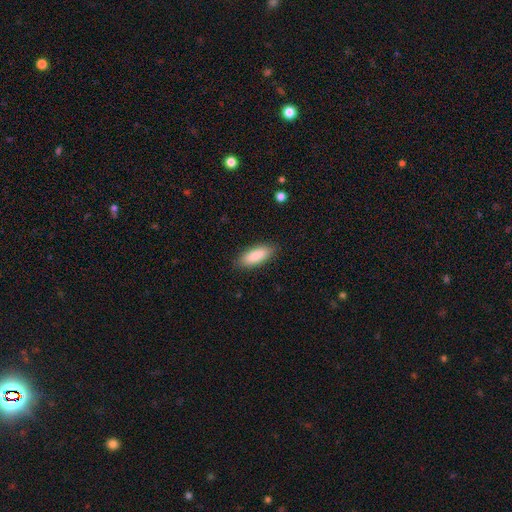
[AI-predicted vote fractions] This appears to be a smooth galaxy with no disk features (87%) that is in between round and cigar-shaped (73%). Merging: none (87%).